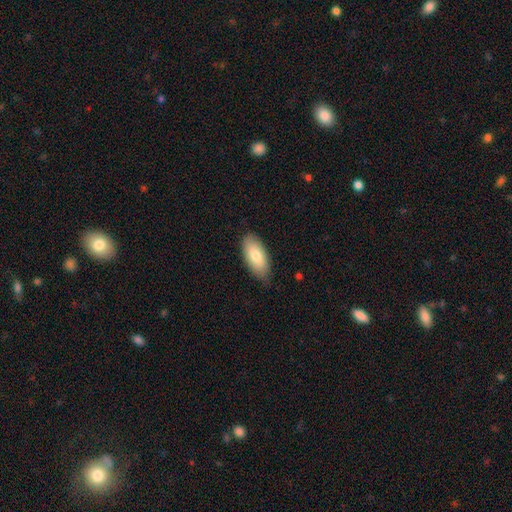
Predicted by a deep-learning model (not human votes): This is likely a smooth galaxy (79%). How rounded: clearly in between (91%). Merging: clearly none (80%).